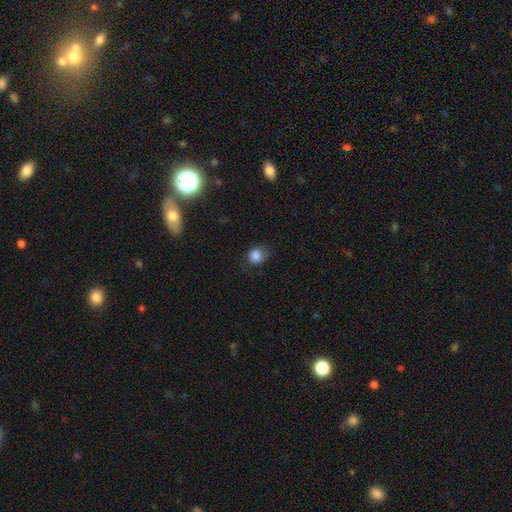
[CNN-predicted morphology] Q: Smooth or featured?
A: smooth (85%); runner-up: star or artifact (10%)
Q: How rounded?
A: round (72%); runner-up: in between (27%)
Q: Merging?
A: none (69%); runner-up: minor disturbance (23%)